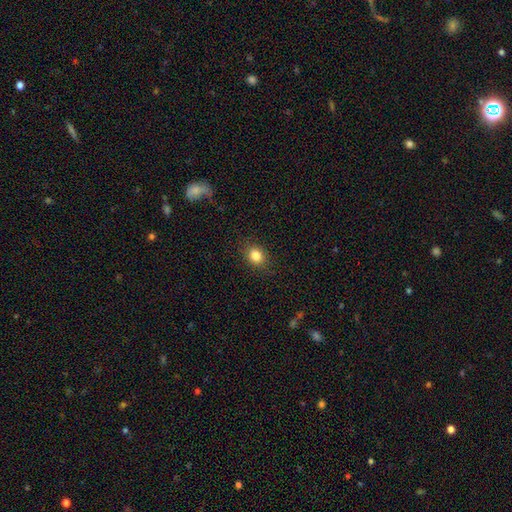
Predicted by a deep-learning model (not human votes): This is clearly a smooth galaxy (83%). How rounded: likely round (63%). Merging: clearly none (88%).